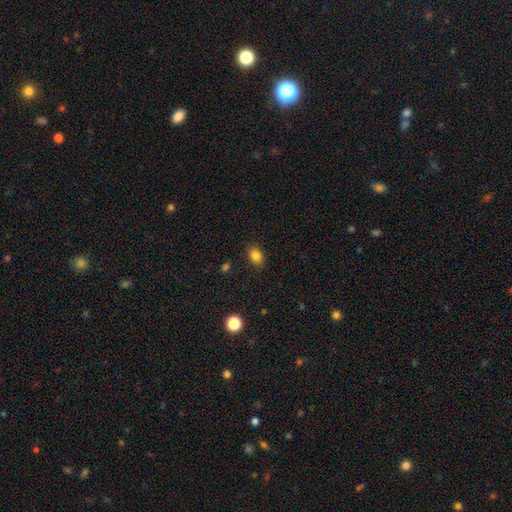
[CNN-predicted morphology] smooth-or-featured: smooth: 84% | star or artifact: 11% | featured or disk: 5%
  how-rounded: in between: 66% | round: 33% | cigar-shaped: 1%
  merging: none: 87% | minor disturbance: 9% | major disturbance: 2% | merger: 1%